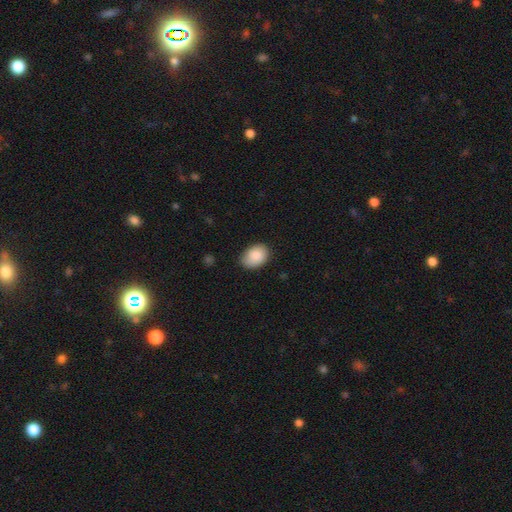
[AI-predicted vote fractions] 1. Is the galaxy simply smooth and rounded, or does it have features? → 87% smooth, 7% star or artifact, 6% featured or disk.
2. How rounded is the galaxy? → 77% in between, 22% round, 1% cigar-shaped.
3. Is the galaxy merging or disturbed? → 73% none, 22% minor disturbance, 4% major disturbance, 1% merger.